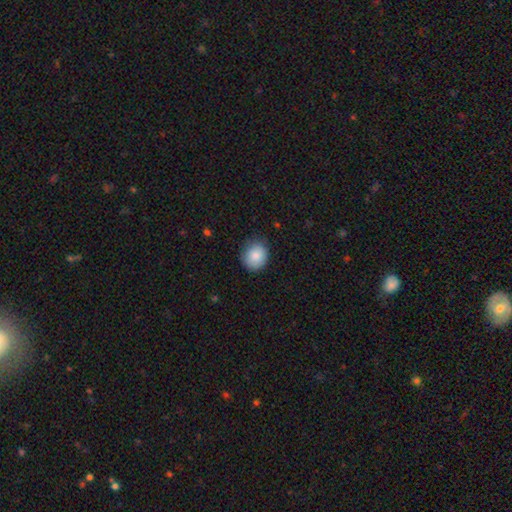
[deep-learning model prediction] Smooth or featured? smooth (86%)
How rounded? round (74%)
Merging? none (82%)